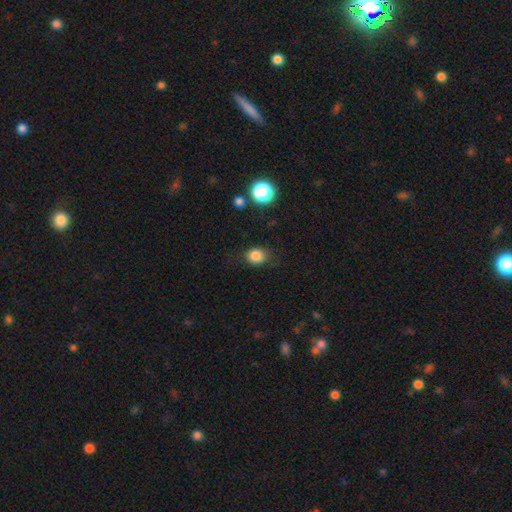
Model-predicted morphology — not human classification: This appears to be a smooth galaxy with no disk features (84%) that is round (60%). Merging: none (78%).